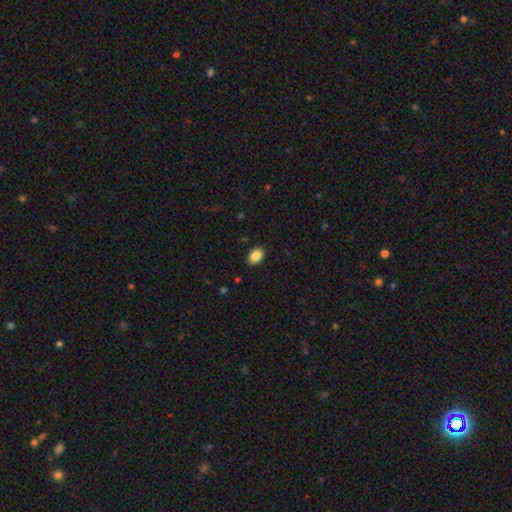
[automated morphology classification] smooth 87%, star or artifact 8%, featured or disk 5%. Down the decision tree: how rounded — in between (83%); merging — none (88%).